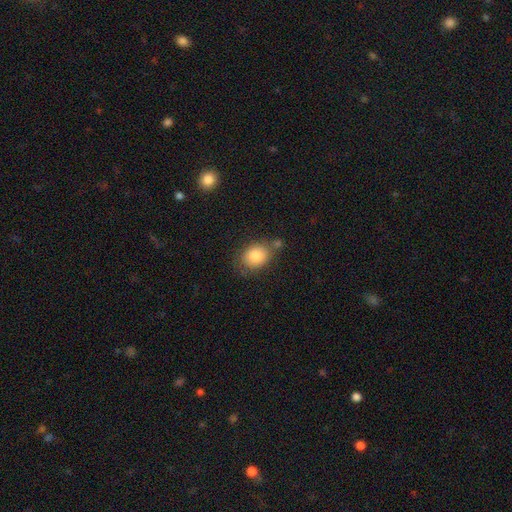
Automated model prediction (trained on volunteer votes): This appears to be a smooth galaxy with no disk features (83%) that is in between round and cigar-shaped (59%). Merging: none (64%).